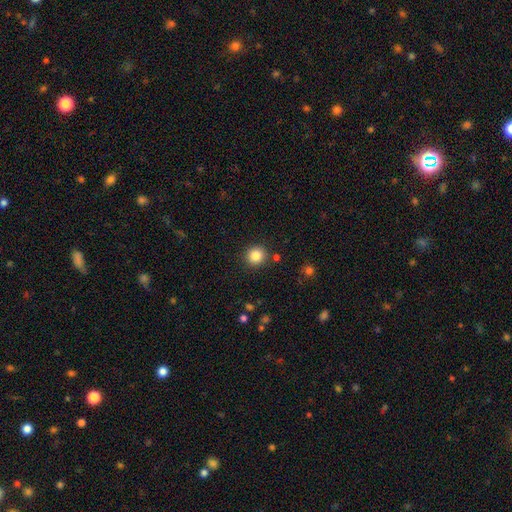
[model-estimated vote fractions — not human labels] Overall: smooth (85%). How rounded: round (91%). Merging: none (89%).